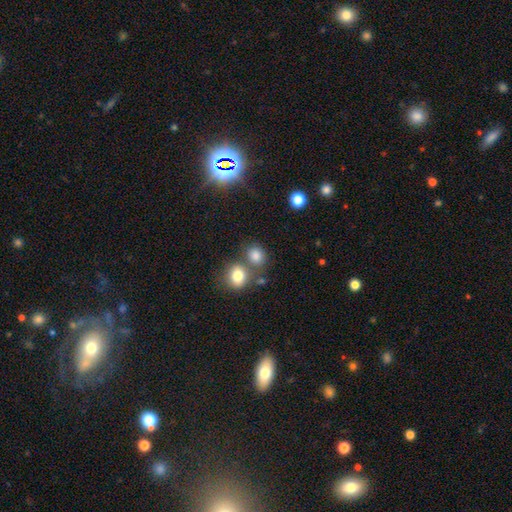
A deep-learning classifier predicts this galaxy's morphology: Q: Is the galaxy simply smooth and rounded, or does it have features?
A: smooth — 81%.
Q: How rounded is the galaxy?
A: round — 67%.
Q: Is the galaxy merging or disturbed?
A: none — 57%.